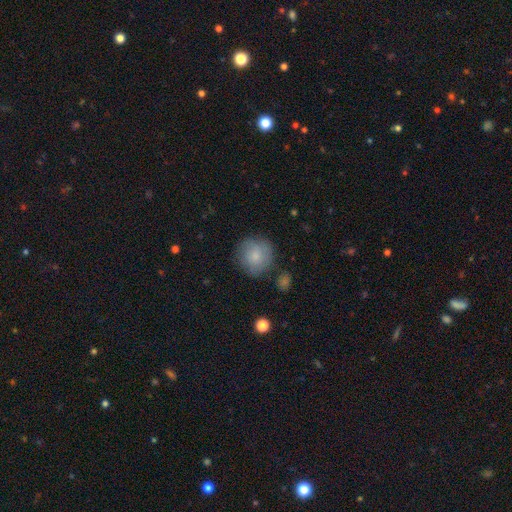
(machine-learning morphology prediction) Smooth or featured? smooth (79%)
How rounded? round (92%)
Merging? none (76%)